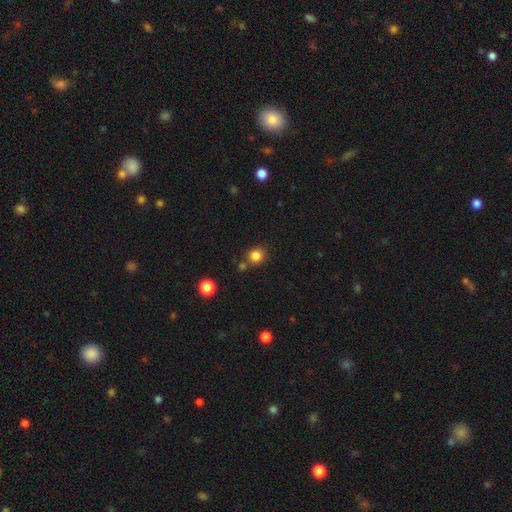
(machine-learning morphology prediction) type=smooth (83%); roundness=round (87%); merging=none (77%).